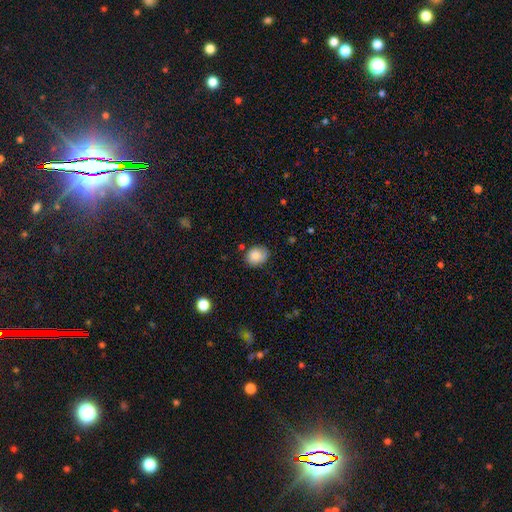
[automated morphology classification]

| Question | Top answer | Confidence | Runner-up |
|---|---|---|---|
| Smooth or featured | smooth | 83% | star or artifact (9%) |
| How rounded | round | 57% | in between (42%) |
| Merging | none | 74% | minor disturbance (20%) |